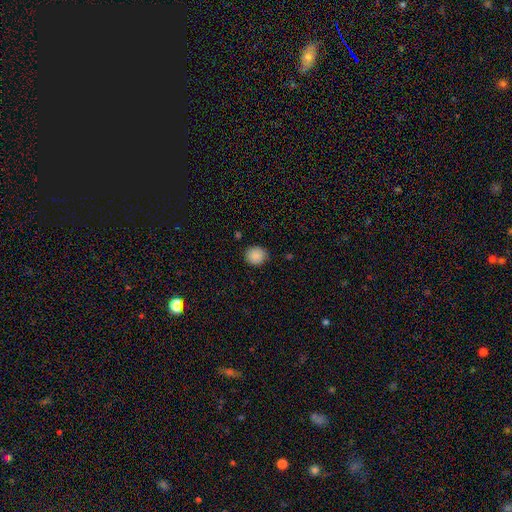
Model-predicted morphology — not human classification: Smooth or featured?
  - smooth: 88% *
  - star or artifact: 9%
  - featured or disk: 3%
How rounded?
  - round: 88% *
  - in between: 11%
  - cigar-shaped: 1%
Merging?
  - none: 88% *
  - minor disturbance: 9%
  - major disturbance: 2%
  - merger: 1%